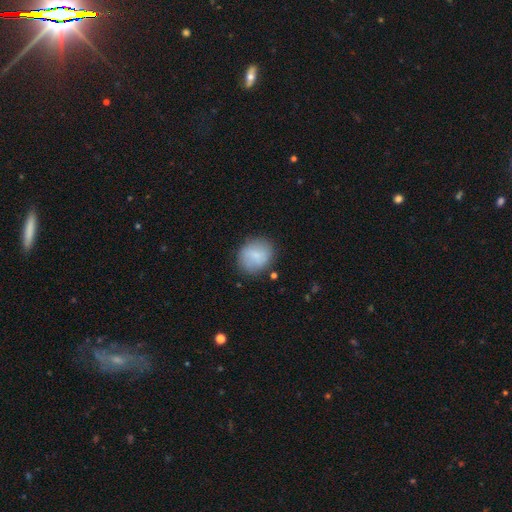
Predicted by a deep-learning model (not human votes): Smooth or featured?
  - smooth: 75% *
  - featured or disk: 18%
  - star or artifact: 7%
How rounded?
  - round: 74% *
  - in between: 25%
  - cigar-shaped: 1%
Merging?
  - none: 76% *
  - minor disturbance: 17%
  - major disturbance: 5%
  - merger: 2%